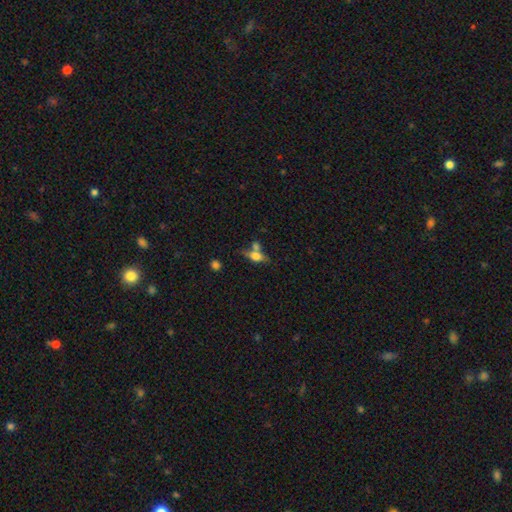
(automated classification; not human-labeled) Overall: smooth (52%; featured or disk 37%). How rounded: in between (61%; cigar-shaped 27%). Merging: none (46%; merger 31%).